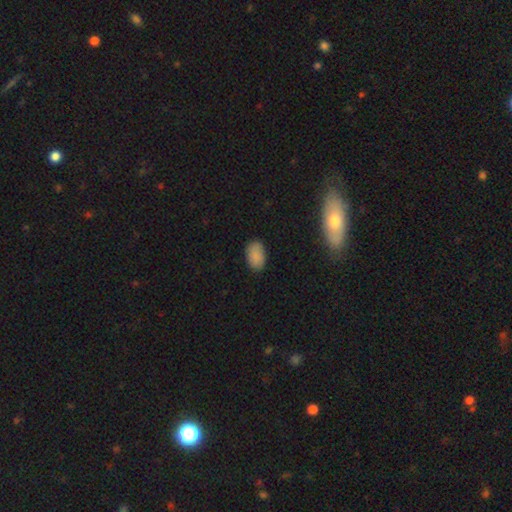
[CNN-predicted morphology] This is clearly a smooth galaxy (87%). How rounded: clearly in between (91%). Merging: clearly none (84%).